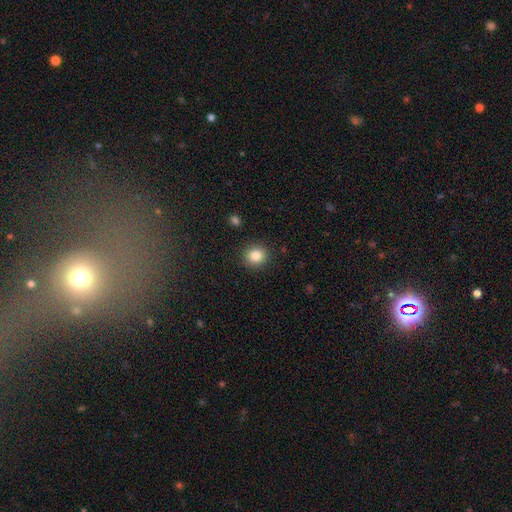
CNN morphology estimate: This appears to be a smooth galaxy with no disk features (84%) that is round (89%). Merging: none (91%).